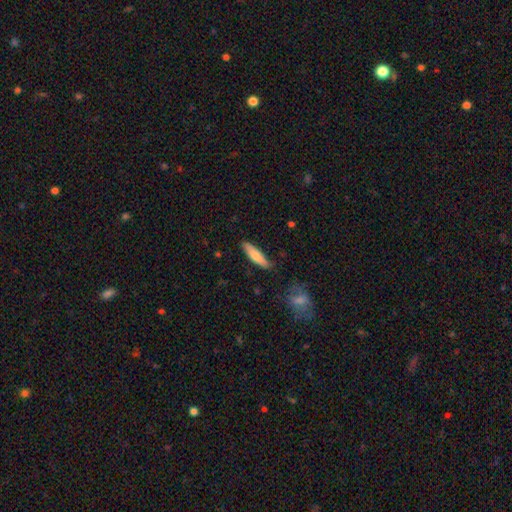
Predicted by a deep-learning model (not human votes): This appears to be a smooth galaxy with no disk features (75%) that is cigar-shaped (72%). Merging: none (81%).